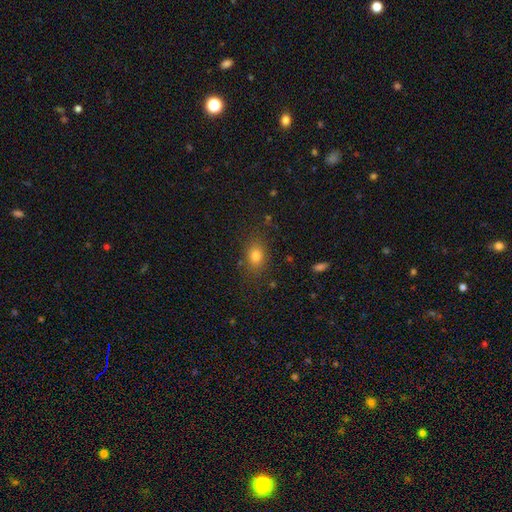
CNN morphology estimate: Smooth or featured? smooth (79%)
How rounded? in between (66%)
Merging? none (82%)